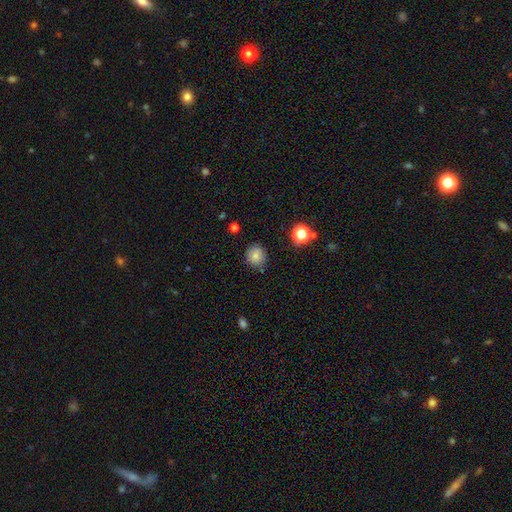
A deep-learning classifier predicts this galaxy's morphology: smooth_or_featured: smooth (p=0.80) [alt: star or artifact p=0.12]
how_rounded: round (p=0.88) [alt: in between p=0.11]
merging: none (p=0.85) [alt: minor disturbance p=0.10]